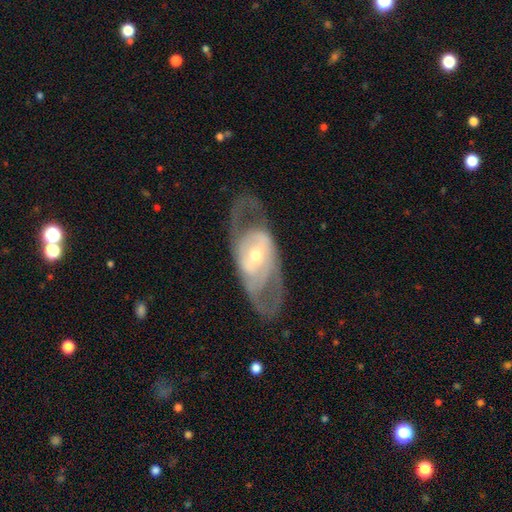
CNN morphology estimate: A featured or disk galaxy (81%) with a weak bar (38%), 2 (70%) medium (45%) spiral arms (74%) and a moderate central bulge (50%). Merging: none (65%).